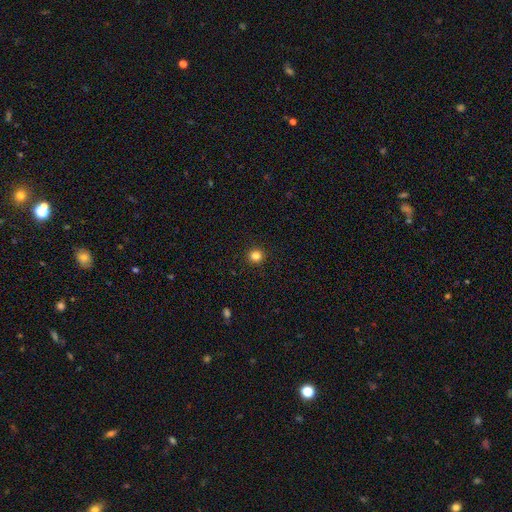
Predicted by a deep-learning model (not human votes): smooth_or_featured: smooth (p=0.83) [alt: star or artifact p=0.12]
how_rounded: round (p=0.94) [alt: in between p=0.06]
merging: none (p=0.93) [alt: minor disturbance p=0.05]